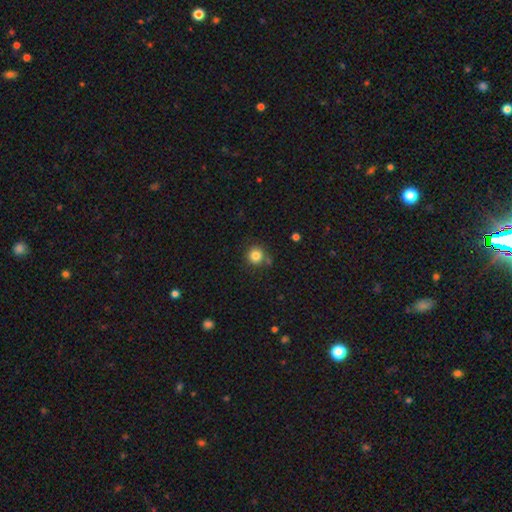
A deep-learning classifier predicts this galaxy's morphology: smooth 83%, star or artifact 12%, featured or disk 5%. Down the decision tree: how rounded — round (93%); merging — none (78%).